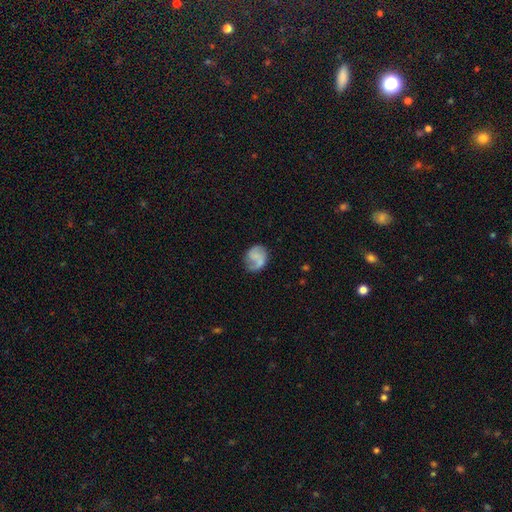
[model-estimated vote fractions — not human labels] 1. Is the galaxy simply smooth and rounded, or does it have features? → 54% featured or disk, 38% smooth, 8% star or artifact.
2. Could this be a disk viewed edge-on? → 98% no, 2% yes.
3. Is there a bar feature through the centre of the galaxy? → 59% no, 33% weak, 8% strong.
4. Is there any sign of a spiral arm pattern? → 86% yes, 14% no.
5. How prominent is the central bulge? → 54% none, 28% small, 13% moderate, 3% large, 1% dominant.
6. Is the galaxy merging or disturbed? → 59% none, 25% minor disturbance, 14% major disturbance, 2% merger.